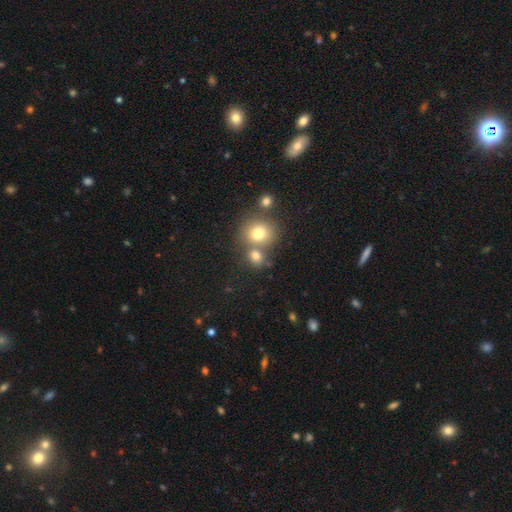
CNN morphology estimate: Q: Smooth or featured?
A: smooth (75%); runner-up: star or artifact (14%)
Q: How rounded?
A: round (69%); runner-up: in between (30%)
Q: Merging?
A: none (49%); runner-up: merger (38%)